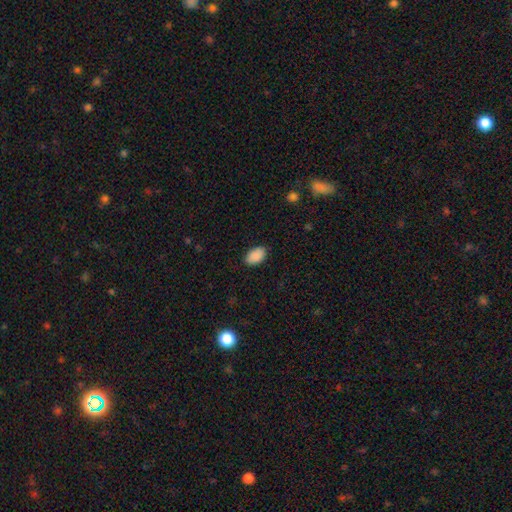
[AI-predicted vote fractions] smooth_or_featured: smooth (p=0.90) [alt: star or artifact p=0.07]
how_rounded: in between (p=0.93) [alt: round p=0.06]
merging: none (p=0.87) [alt: minor disturbance p=0.10]